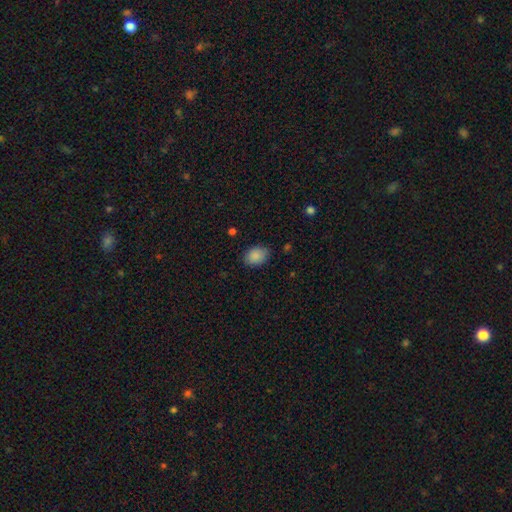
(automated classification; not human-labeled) This appears to be a smooth galaxy with no disk features (88%) that is in between round and cigar-shaped (69%). Merging: none (83%).